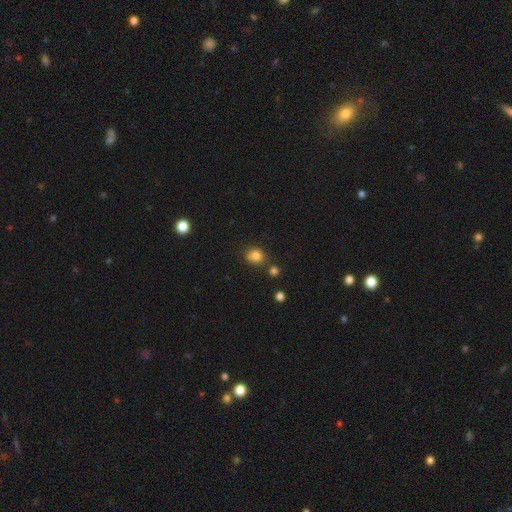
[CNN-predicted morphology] Smooth or featured? smooth (80%)
How rounded? round (69%)
Merging? none (66%)